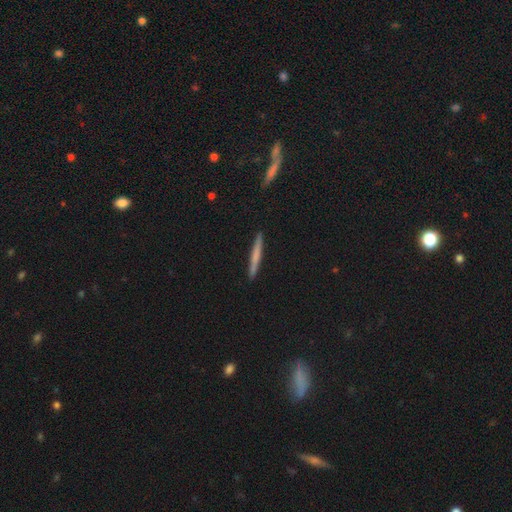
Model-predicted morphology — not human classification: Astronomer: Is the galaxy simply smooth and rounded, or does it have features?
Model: smooth — 59% (runner-up: featured or disk, 36%).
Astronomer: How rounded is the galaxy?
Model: cigar-shaped — 96%.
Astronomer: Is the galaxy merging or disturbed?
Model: none — 92%.